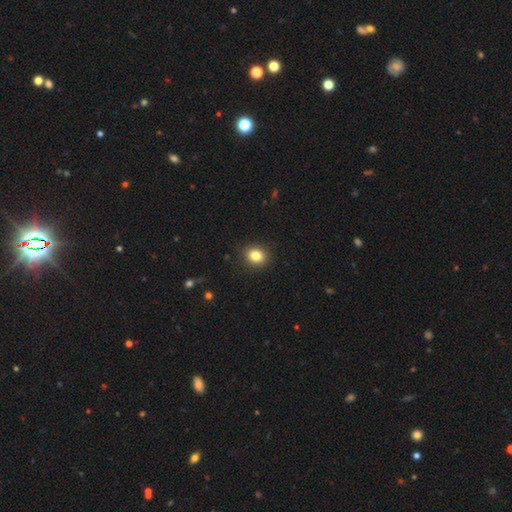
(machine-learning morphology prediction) smooth-or-featured: smooth: 84% | star or artifact: 10% | featured or disk: 6%
  how-rounded: round: 57% | in between: 42% | cigar-shaped: 1%
  merging: none: 89% | minor disturbance: 8% | major disturbance: 2% | merger: 1%